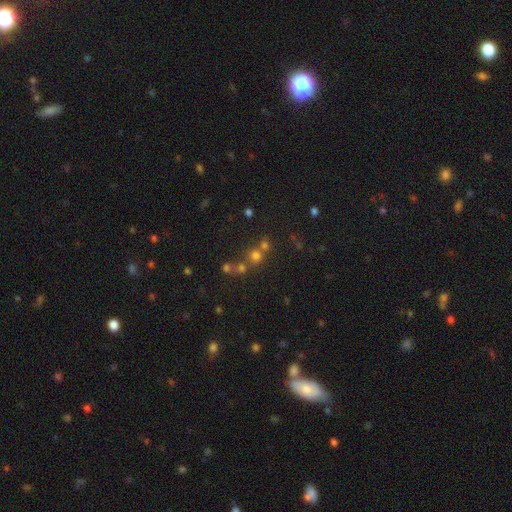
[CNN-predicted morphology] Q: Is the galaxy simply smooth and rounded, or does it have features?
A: smooth — 62%.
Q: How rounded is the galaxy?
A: round — 89%.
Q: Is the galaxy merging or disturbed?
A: none — 54%.